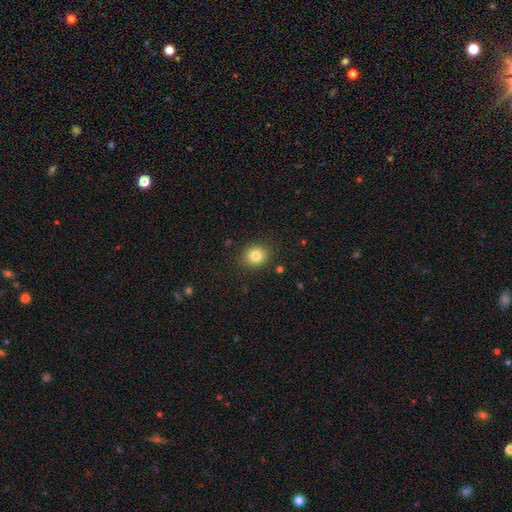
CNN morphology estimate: Smooth or featured? Predicted: smooth (p=0.82). How rounded? Predicted: round (p=0.69). Merging? Predicted: none (p=0.88).